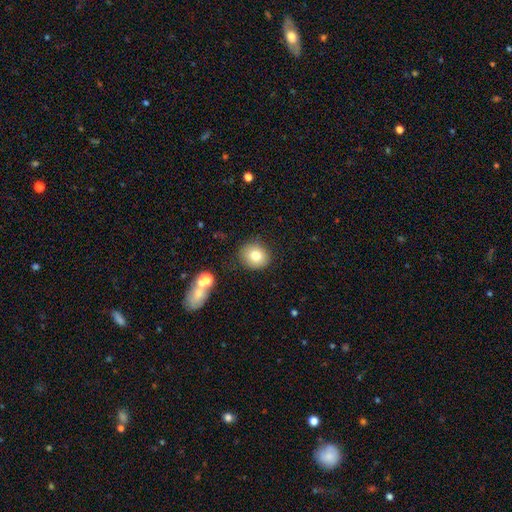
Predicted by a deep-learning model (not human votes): Smooth or featured?
  - smooth: 78% *
  - star or artifact: 11%
  - featured or disk: 11%
How rounded?
  - round: 76% *
  - in between: 23%
  - cigar-shaped: 1%
Merging?
  - none: 83% *
  - minor disturbance: 10%
  - merger: 4%
  - major disturbance: 3%